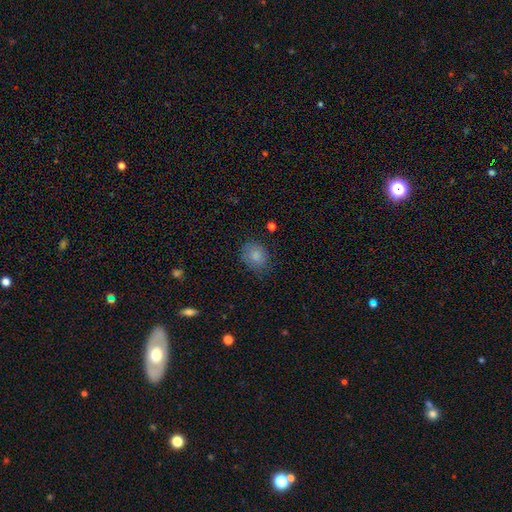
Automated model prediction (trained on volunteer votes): Smooth or featured? Predicted: smooth (p=0.83). How rounded? Predicted: round (p=0.57). Merging? Predicted: none (p=0.71).